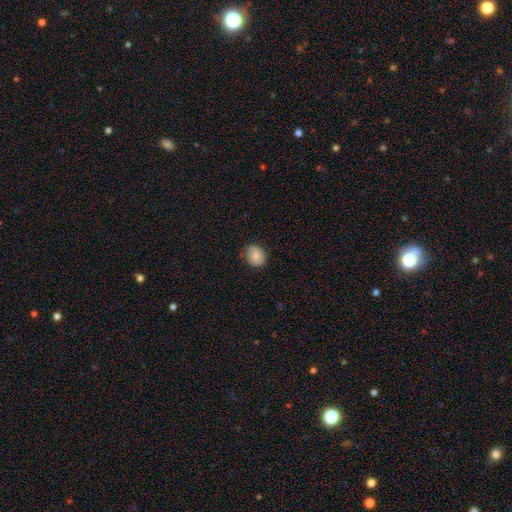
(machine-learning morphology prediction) smooth_or_featured: smooth (p=0.81) [alt: featured or disk p=0.12]
how_rounded: round (p=0.61) [alt: in between p=0.38]
merging: none (p=0.84) [alt: minor disturbance p=0.13]